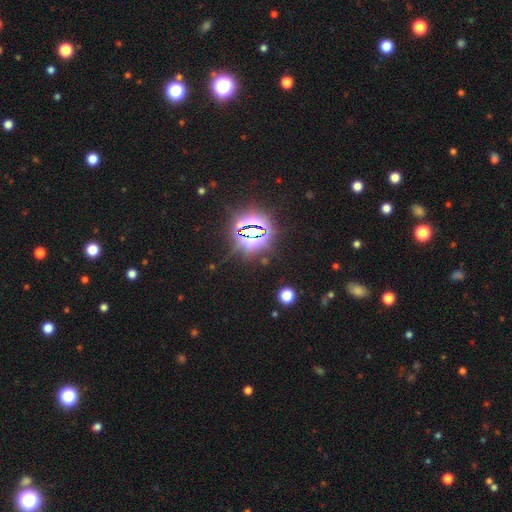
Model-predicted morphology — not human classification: Smooth or featured? Predicted: star or artifact (p=0.82).